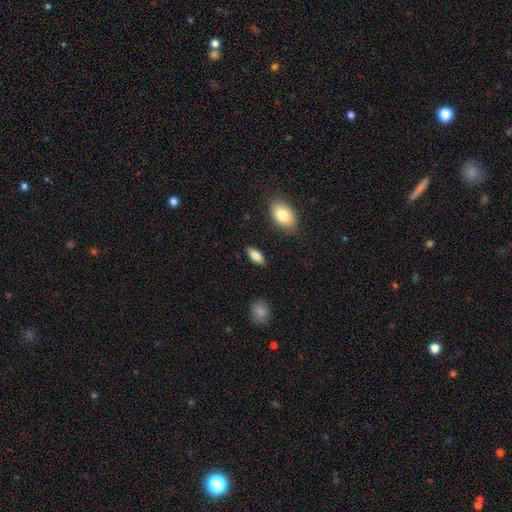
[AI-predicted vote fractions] A smooth galaxy with no disk features (77%) that is in between round and cigar-shaped (79%). Merging: none (86%).